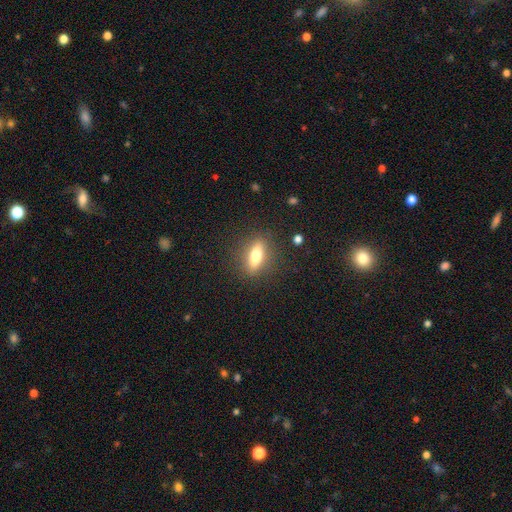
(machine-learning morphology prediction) Smooth or featured?
  - smooth: 59% *
  - featured or disk: 32%
  - star or artifact: 8%
How rounded?
  - in between: 49% *
  - cigar-shaped: 46%
  - round: 5%
Merging?
  - none: 86% *
  - minor disturbance: 9%
  - major disturbance: 4%
  - merger: 1%